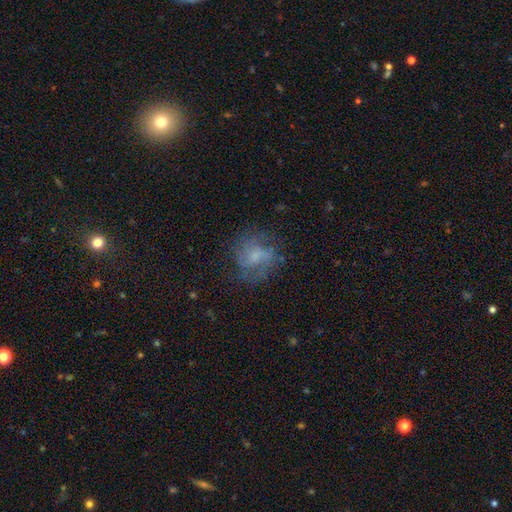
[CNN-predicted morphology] Smooth or featured? Predicted: featured or disk (p=0.53). Edge-on disk? Predicted: no (p=0.97). Bar? Predicted: no (p=0.59). Spiral arms? Predicted: yes (p=0.72). Bulge size? Predicted: small (p=0.40). Merging? Predicted: none (p=0.62).